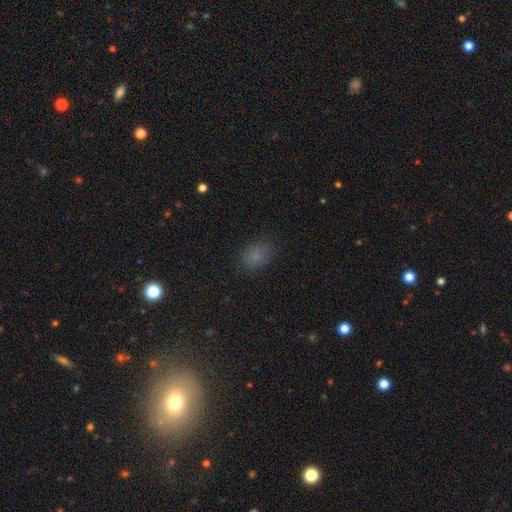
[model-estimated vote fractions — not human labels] This is likely a smooth galaxy (79%). How rounded: likely in between (66%). Merging: clearly none (81%).